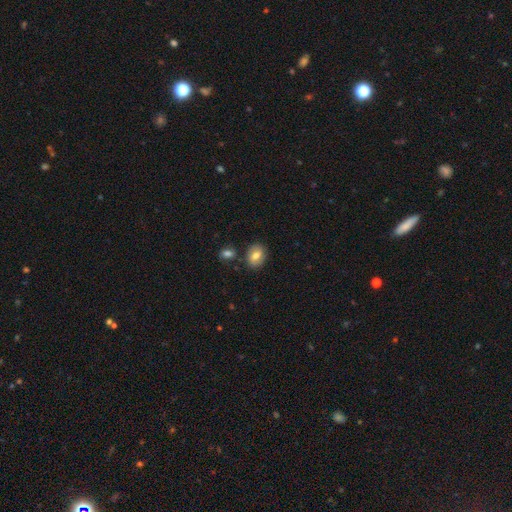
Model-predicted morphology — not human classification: Smooth or featured: smooth — 75% (featured or disk — 16%)
How rounded: in between — 61% (round — 38%)
Merging: none — 81% (minor disturbance — 10%)